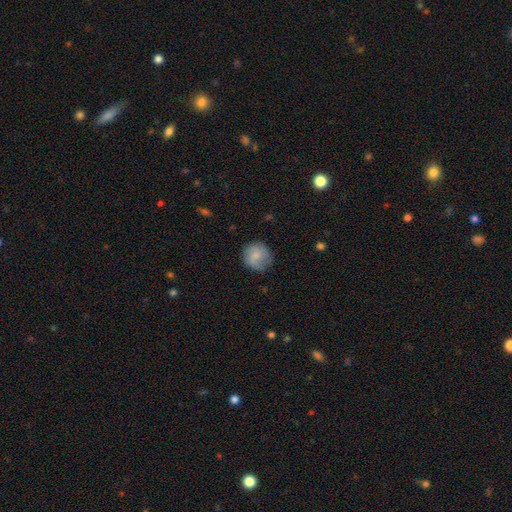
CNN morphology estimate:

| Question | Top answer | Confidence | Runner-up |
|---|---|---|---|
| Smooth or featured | smooth | 71% | featured or disk (21%) |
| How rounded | round | 91% | in between (8%) |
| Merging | none | 77% | minor disturbance (17%) |